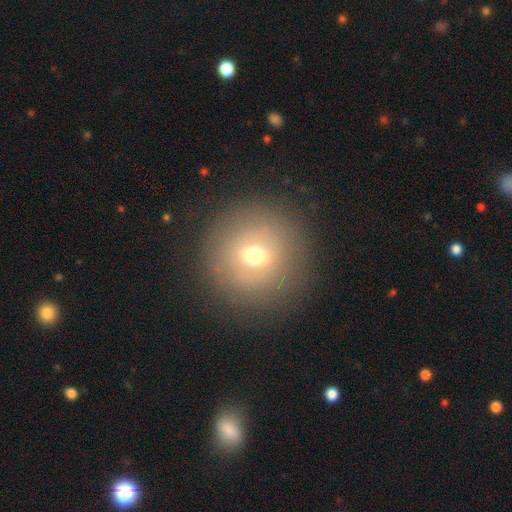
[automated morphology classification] smooth-or-featured: smooth: 57% | featured or disk: 28% | star or artifact: 15%
  how-rounded: round: 93% | in between: 6% | cigar-shaped: 1%
  merging: none: 87% | minor disturbance: 8% | major disturbance: 4% | merger: 1%